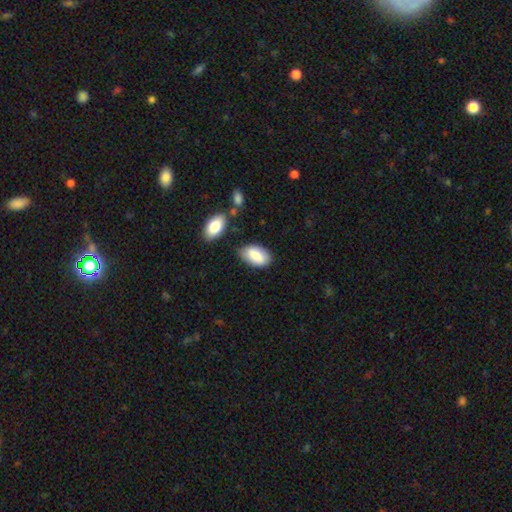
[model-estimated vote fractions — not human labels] Smooth or featured? smooth (83%)
How rounded? in between (94%)
Merging? none (76%)